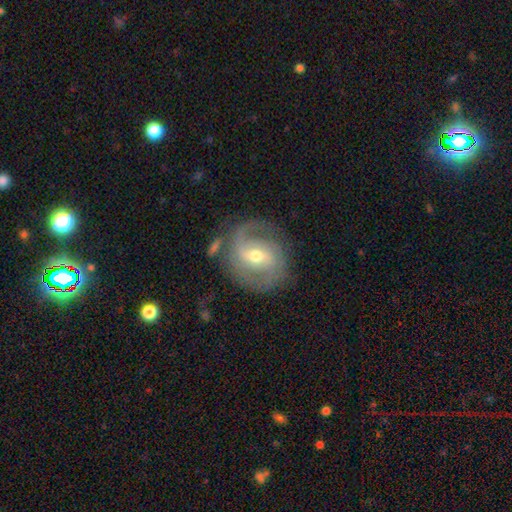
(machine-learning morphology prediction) The model was most divided on "spiral winding": medium: 46%, tight: 33%, loose: 21%. More confident: edge-on disk — no (97%); spiral arms — yes (94%); smooth or featured — featured or disk (84%); merging — none (70%); spiral arm count — 2 (68%); bulge size — moderate (60%); bar — weak (50%).